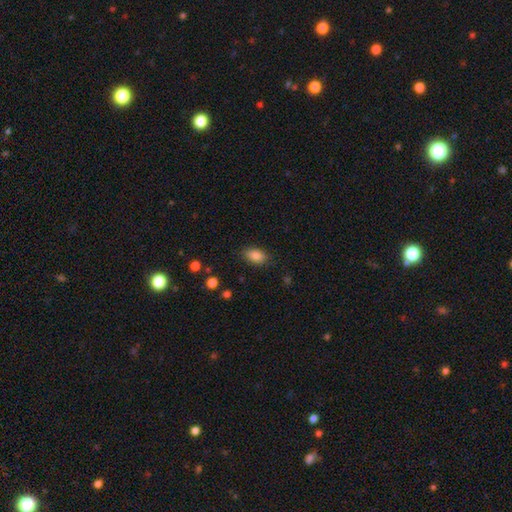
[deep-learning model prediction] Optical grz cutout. It shows a smooth galaxy with no disk features (86%) that is in between round and cigar-shaped (88%). Merging: none (81%).